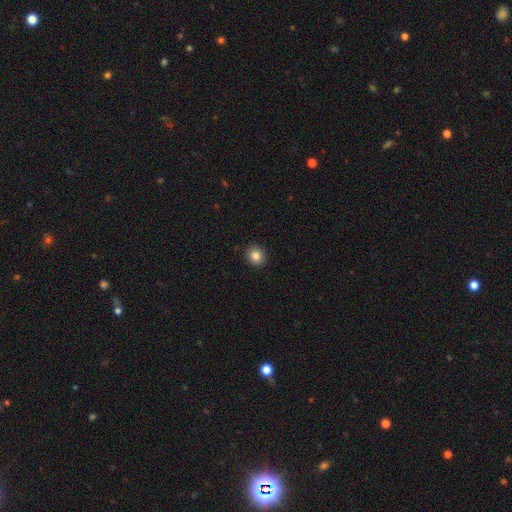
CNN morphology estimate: Smooth or featured? Predicted: smooth (p=0.84). How rounded? Predicted: round (p=0.86). Merging? Predicted: none (p=0.92).